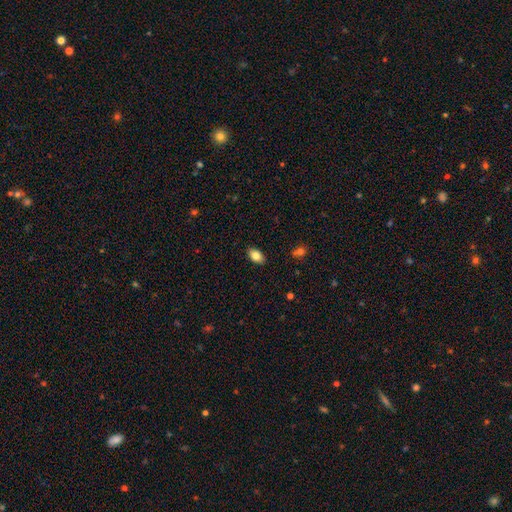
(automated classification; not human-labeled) Q: Smooth or featured?
A: smooth (82%); runner-up: featured or disk (9%)
Q: How rounded?
A: in between (90%); runner-up: round (8%)
Q: Merging?
A: none (88%); runner-up: minor disturbance (9%)